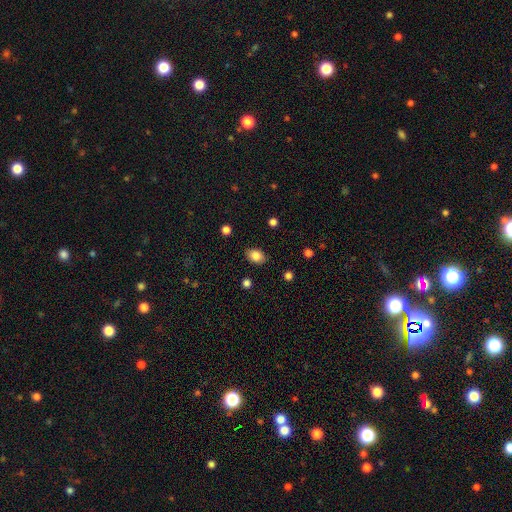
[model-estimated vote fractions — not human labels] smooth-or-featured: smooth: 84% | star or artifact: 9% | featured or disk: 7%
  how-rounded: in between: 79% | round: 20% | cigar-shaped: 1%
  merging: none: 86% | minor disturbance: 11% | major disturbance: 2% | merger: 1%